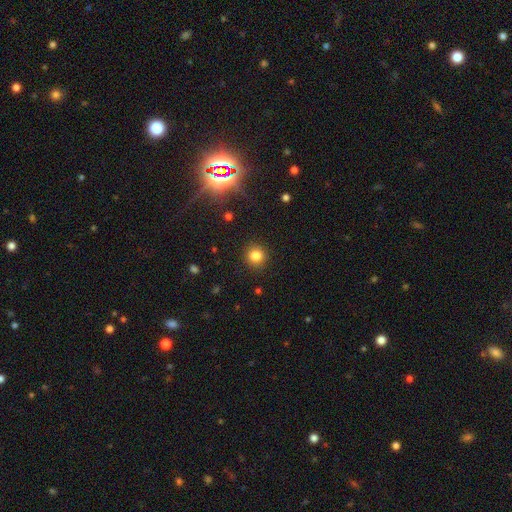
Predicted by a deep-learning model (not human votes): Overall: smooth (82%). How rounded: round (91%). Merging: none (90%).